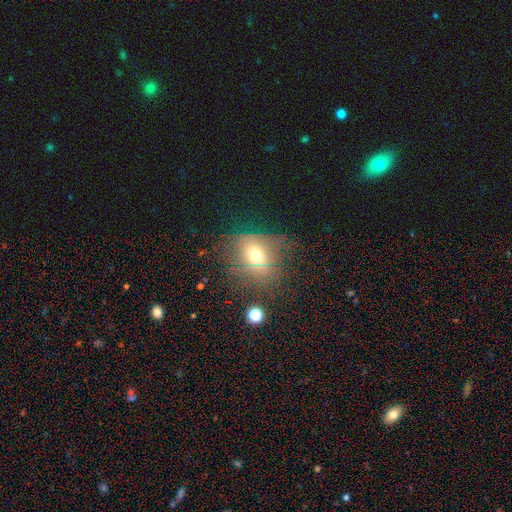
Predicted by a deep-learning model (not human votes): Smooth or featured? Predicted: smooth (p=0.54). How rounded? Predicted: round (p=0.53). Merging? Predicted: none (p=0.53).